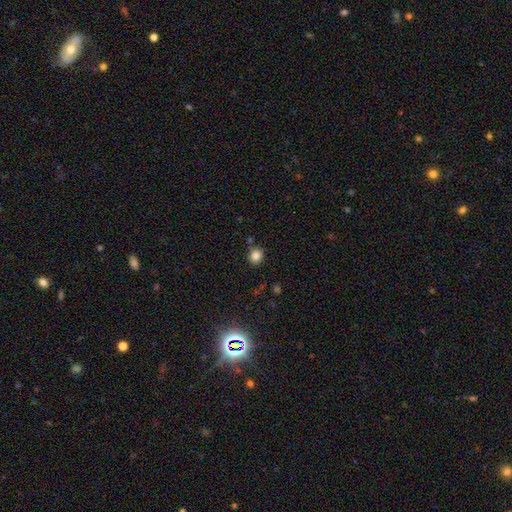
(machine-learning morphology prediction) Smooth or featured?
  - smooth: 84% *
  - star or artifact: 12%
  - featured or disk: 4%
How rounded?
  - round: 83% *
  - in between: 16%
  - cigar-shaped: 1%
Merging?
  - none: 82% *
  - minor disturbance: 10%
  - merger: 5%
  - major disturbance: 3%